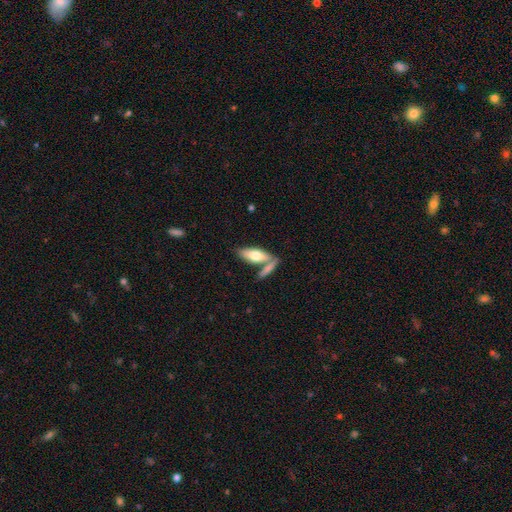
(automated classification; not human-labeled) This is likely a smooth galaxy (69%). How rounded: likely in between (72%). Merging: possibly none (52%).